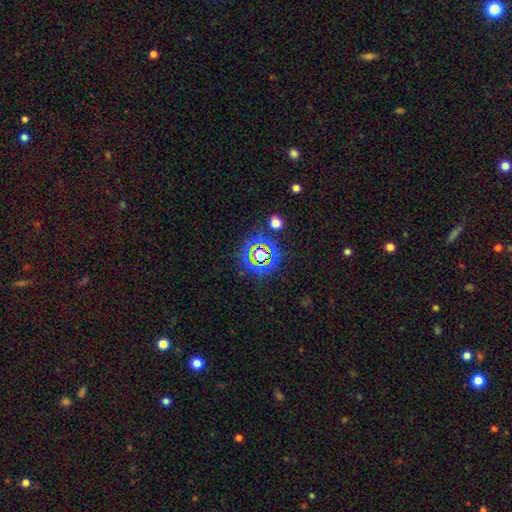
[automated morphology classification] Smooth or featured? star or artifact (66%)